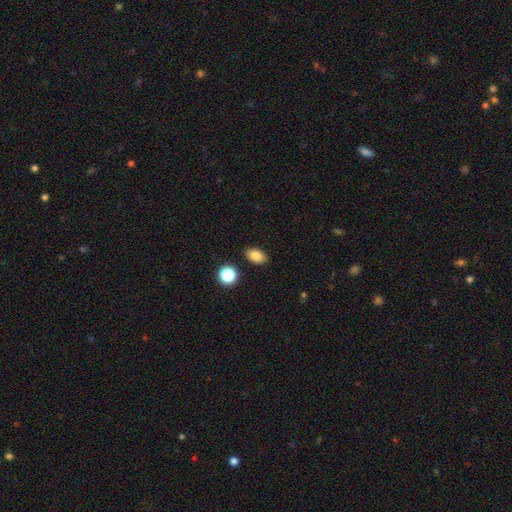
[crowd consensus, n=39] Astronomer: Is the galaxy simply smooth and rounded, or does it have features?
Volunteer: smooth — 90%.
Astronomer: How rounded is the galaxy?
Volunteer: in between — 91%.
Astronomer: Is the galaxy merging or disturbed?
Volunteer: none — 95%.